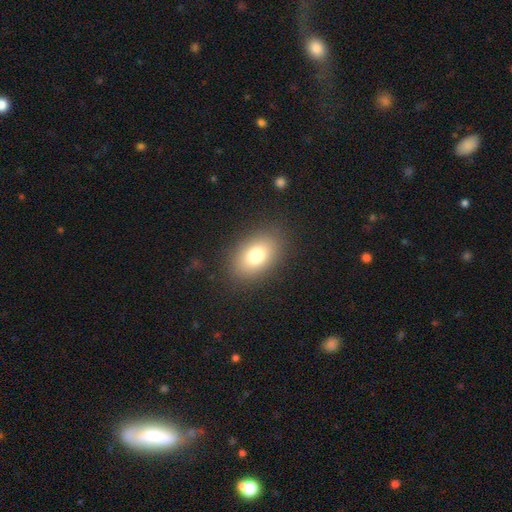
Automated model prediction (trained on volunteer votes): smooth_or_featured: smooth (p=0.77) [alt: featured or disk p=0.12]
how_rounded: in between (p=0.83) [alt: round p=0.16]
merging: none (p=0.86) [alt: minor disturbance p=0.09]